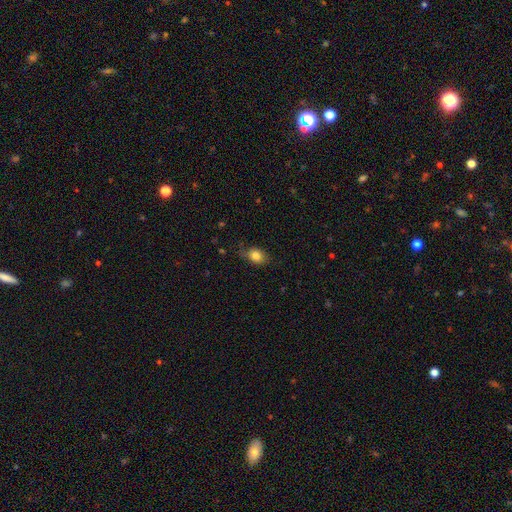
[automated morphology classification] smooth_or_featured: smooth (p=0.82) [alt: star or artifact p=0.09]
how_rounded: in between (p=0.70) [alt: round p=0.28]
merging: none (p=0.71) [alt: minor disturbance p=0.22]